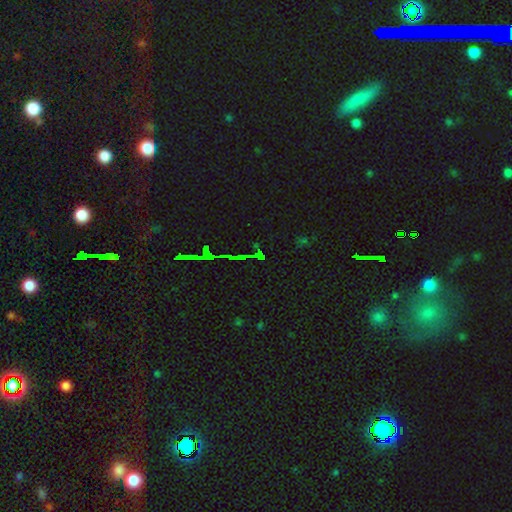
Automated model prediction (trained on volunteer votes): A star or artifact, not a galaxy (76%).

Vote fractions:
- Smooth or featured? star or artifact: 76% / smooth: 12% / featured or disk: 12%